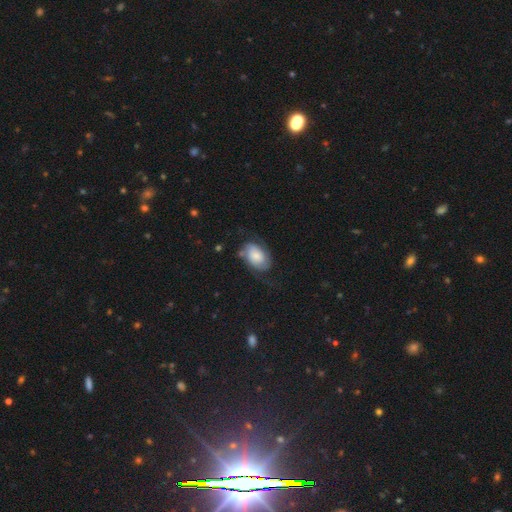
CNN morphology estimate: type=featured or disk (47%); merging=none (54%).